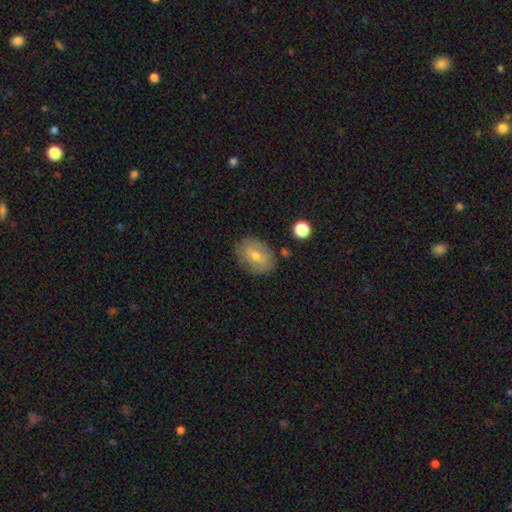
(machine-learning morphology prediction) smooth-or-featured: smooth: 62% | featured or disk: 29% | star or artifact: 10%
  how-rounded: in between: 75% | round: 23% | cigar-shaped: 2%
  merging: none: 80% | minor disturbance: 14% | major disturbance: 3% | merger: 3%